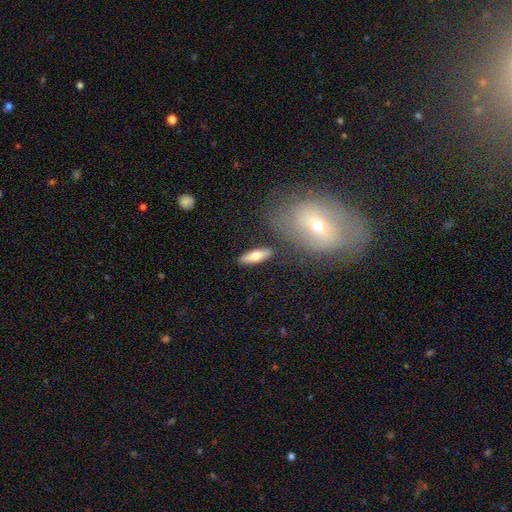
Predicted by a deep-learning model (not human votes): smooth_or_featured: smooth (p=0.67) [alt: featured or disk p=0.27]
how_rounded: in between (p=0.57) [alt: cigar-shaped p=0.40]
merging: none (p=0.83) [alt: minor disturbance p=0.10]